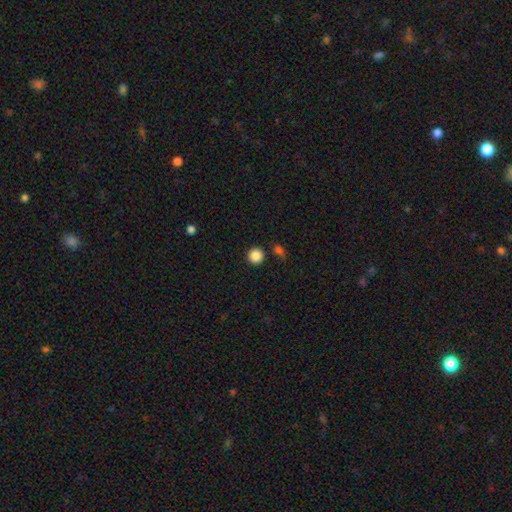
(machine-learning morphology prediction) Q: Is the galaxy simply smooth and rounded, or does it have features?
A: smooth — 87%.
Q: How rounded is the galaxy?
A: round — 95%.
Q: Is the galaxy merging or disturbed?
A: none — 87%.